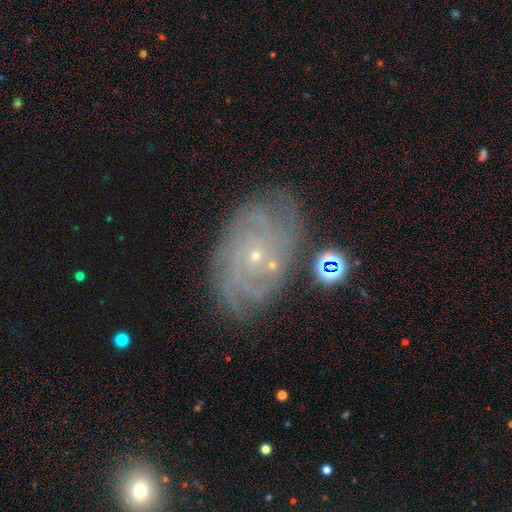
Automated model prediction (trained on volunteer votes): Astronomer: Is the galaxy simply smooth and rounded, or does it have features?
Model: featured or disk — 82%.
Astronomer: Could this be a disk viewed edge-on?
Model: no — 96%.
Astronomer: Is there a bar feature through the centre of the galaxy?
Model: no — 81%.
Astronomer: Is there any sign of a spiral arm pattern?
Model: yes — 95%.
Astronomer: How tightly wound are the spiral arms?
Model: tight — 74%.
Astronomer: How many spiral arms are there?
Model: can't tell — 33% (runner-up: 4, 20%).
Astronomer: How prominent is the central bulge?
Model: small — 86%.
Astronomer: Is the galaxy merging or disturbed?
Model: none — 78%.